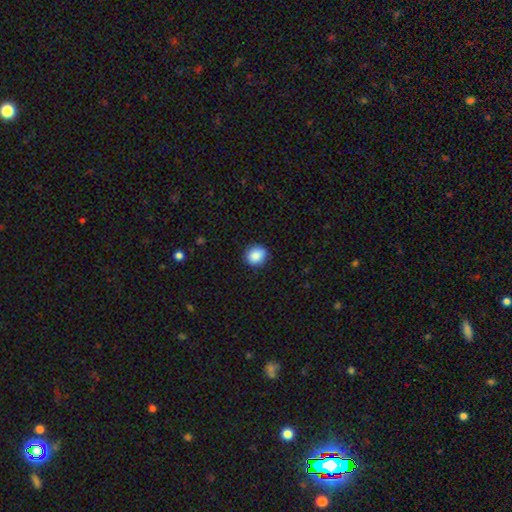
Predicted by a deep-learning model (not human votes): smooth_or_featured: smooth (p=0.88) [alt: star or artifact p=0.08]
how_rounded: round (p=0.80) [alt: in between p=0.19]
merging: none (p=0.87) [alt: minor disturbance p=0.10]